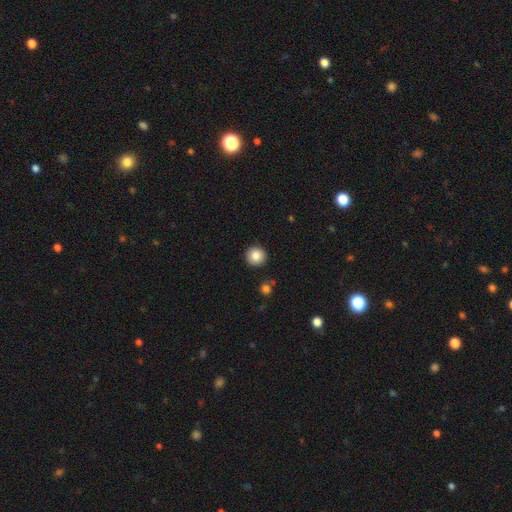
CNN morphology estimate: Smooth or featured: smooth — 85% (star or artifact — 9%)
How rounded: round — 95% (in between — 4%)
Merging: none — 92% (minor disturbance — 5%)